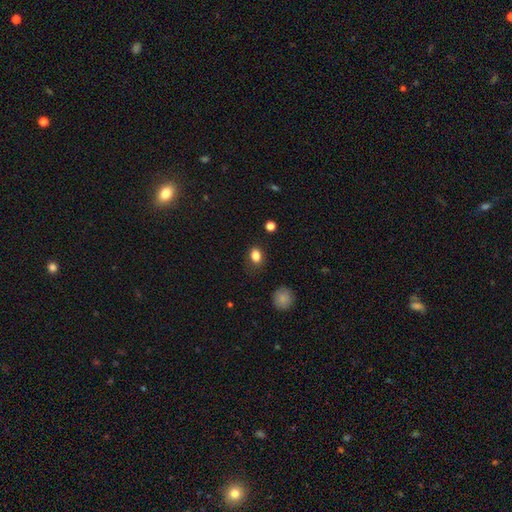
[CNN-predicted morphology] Smooth or featured? smooth (84%)
How rounded? in between (67%)
Merging? none (79%)